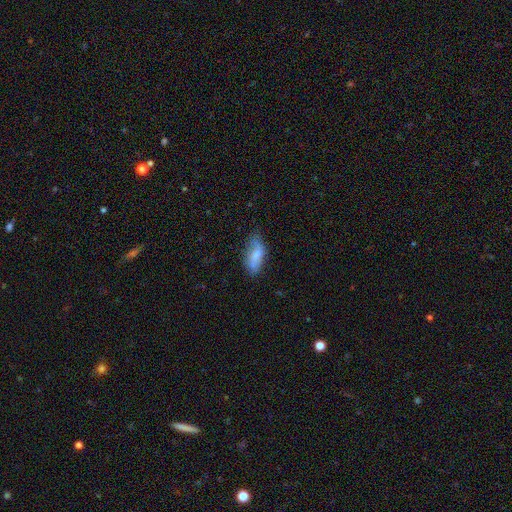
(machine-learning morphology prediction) Smooth or featured? smooth (72%)
How rounded? in between (80%)
Merging? none (55%)